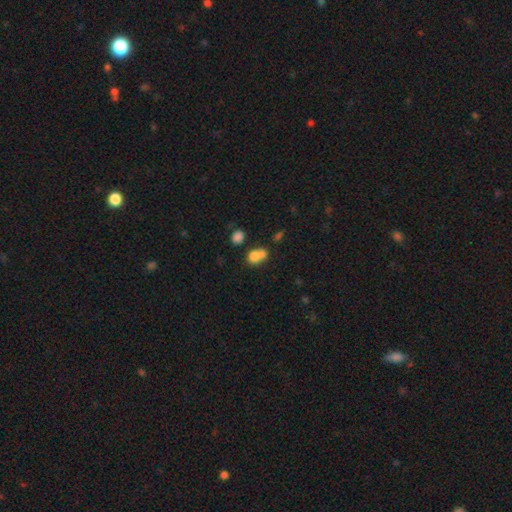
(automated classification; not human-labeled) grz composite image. It shows a smooth galaxy with no disk features (76%) that is round (51%). Merging: merger (57%).